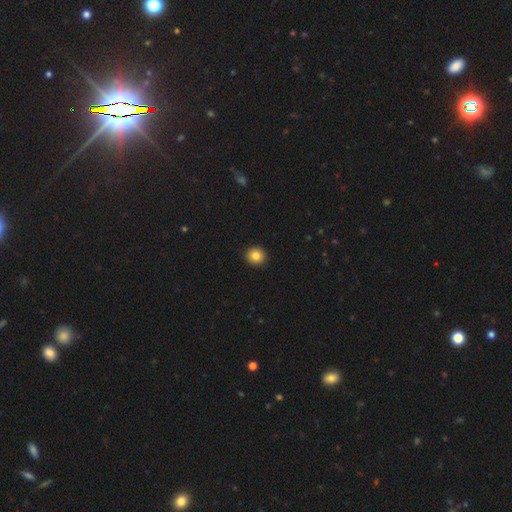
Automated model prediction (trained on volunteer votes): smooth-or-featured: smooth: 84% | star or artifact: 9% | featured or disk: 7%
  how-rounded: round: 93% | in between: 6% | cigar-shaped: 1%
  merging: none: 93% | minor disturbance: 4% | major disturbance: 1% | merger: 1%